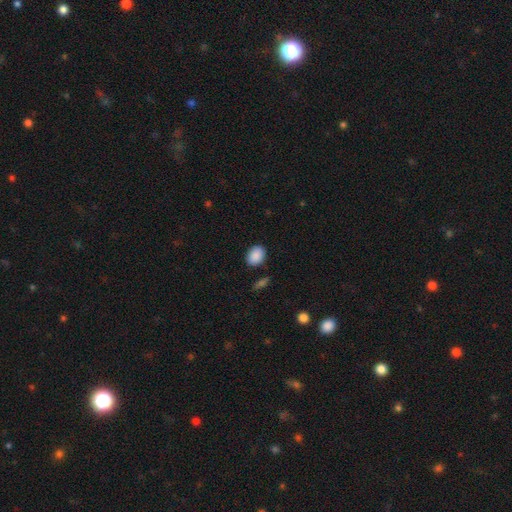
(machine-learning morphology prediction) smooth_or_featured: smooth (p=0.89) [alt: star or artifact p=0.07]
how_rounded: in between (p=0.70) [alt: round p=0.29]
merging: none (p=0.85) [alt: minor disturbance p=0.10]